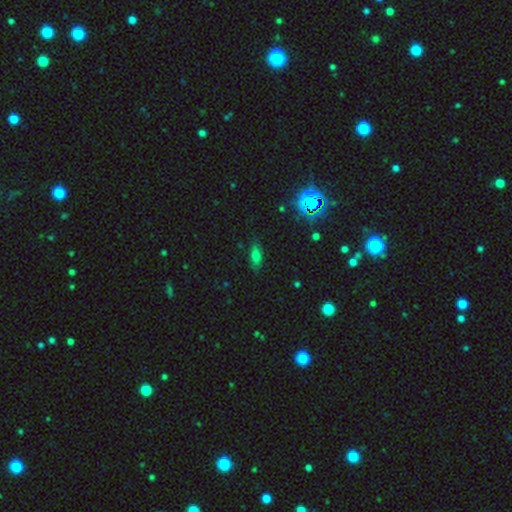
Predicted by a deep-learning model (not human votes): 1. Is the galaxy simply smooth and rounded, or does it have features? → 63% smooth, 18% featured or disk, 18% star or artifact.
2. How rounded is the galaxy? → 69% in between, 26% cigar-shaped, 4% round.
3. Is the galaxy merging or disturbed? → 80% none, 15% minor disturbance, 4% major disturbance, 2% merger.